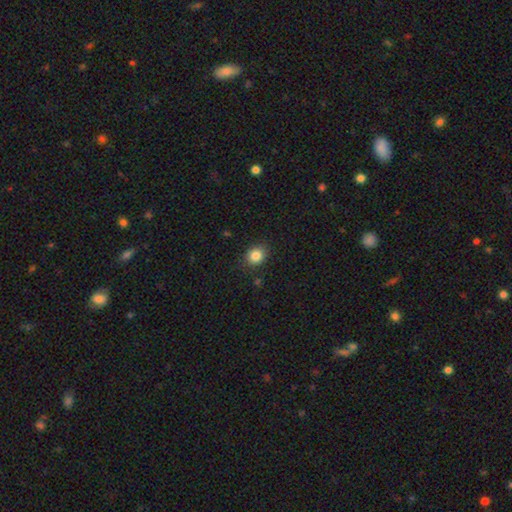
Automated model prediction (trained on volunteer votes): Smooth or featured? Predicted: smooth (p=0.84). How rounded? Predicted: round (p=0.65). Merging? Predicted: none (p=0.85).